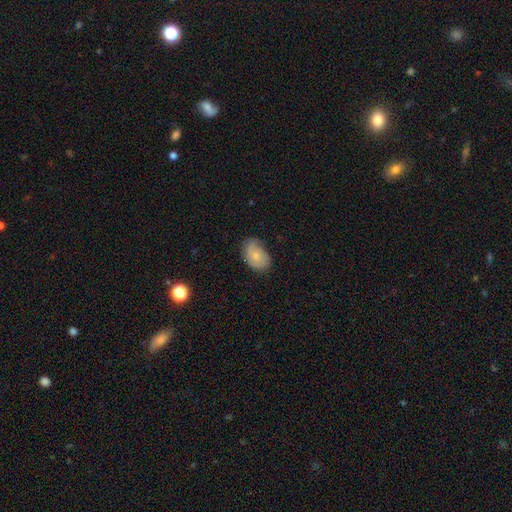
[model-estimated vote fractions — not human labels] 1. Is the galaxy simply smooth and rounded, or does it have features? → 70% smooth, 22% featured or disk, 7% star or artifact.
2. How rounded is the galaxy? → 82% in between, 17% round, 1% cigar-shaped.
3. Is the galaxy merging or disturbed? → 57% none, 33% minor disturbance, 9% major disturbance, 2% merger.